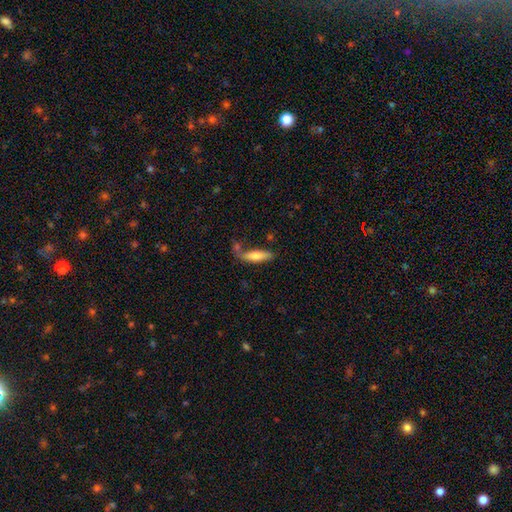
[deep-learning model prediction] A smooth galaxy with no disk features (70%) that is cigar-shaped (64%).

Vote fractions:
- Smooth or featured? smooth: 70% / featured or disk: 24% / star or artifact: 7%
- How rounded? cigar-shaped: 64% / in between: 34% / round: 2%
- Merging? none: 58% / minor disturbance: 18% / merger: 16% / major disturbance: 7%